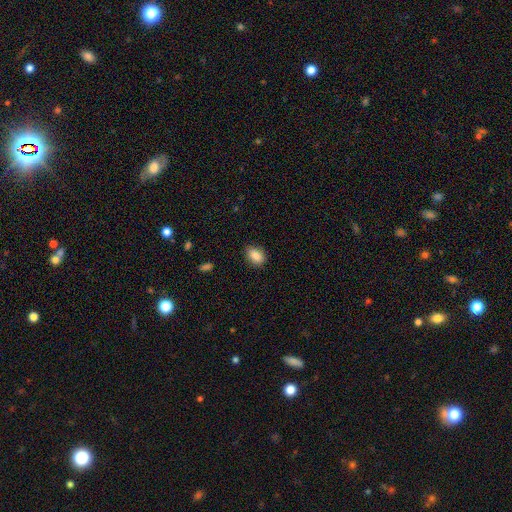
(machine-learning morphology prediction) Q: Smooth or featured?
A: smooth (86%); runner-up: star or artifact (8%)
Q: How rounded?
A: in between (81%); runner-up: round (18%)
Q: Merging?
A: none (86%); runner-up: minor disturbance (11%)